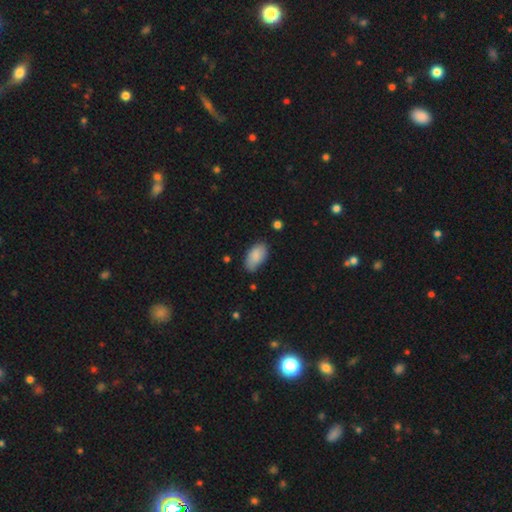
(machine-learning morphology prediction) This is clearly a smooth galaxy (85%). How rounded: clearly in between (95%). Merging: likely none (67%).